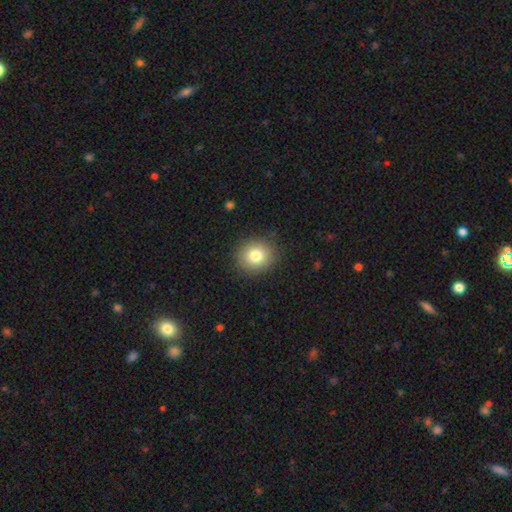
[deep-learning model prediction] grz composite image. It shows a smooth galaxy with no disk features (80%) that is round (82%). Merging: none (89%).